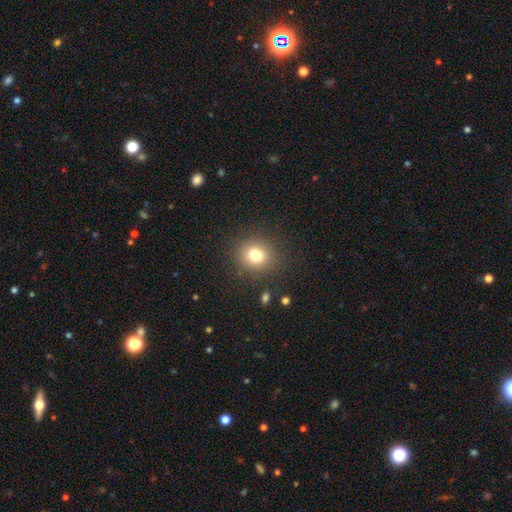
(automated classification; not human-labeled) Smooth or featured: smooth — 78% (star or artifact — 13%)
How rounded: round — 78% (in between — 21%)
Merging: none — 84% (minor disturbance — 10%)